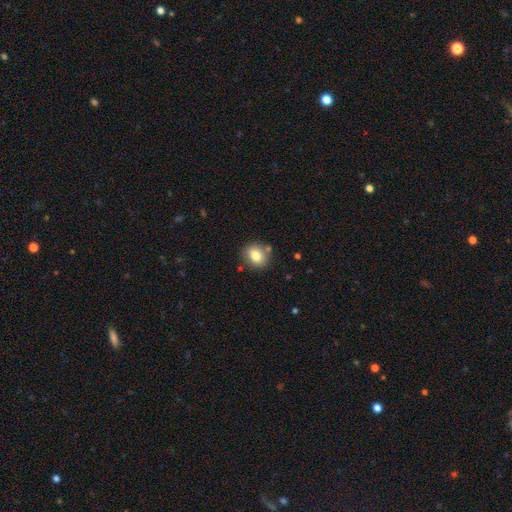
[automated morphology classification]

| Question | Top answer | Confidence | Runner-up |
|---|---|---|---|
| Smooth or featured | smooth | 79% | featured or disk (12%) |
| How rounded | round | 62% | in between (37%) |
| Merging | none | 78% | minor disturbance (12%) |